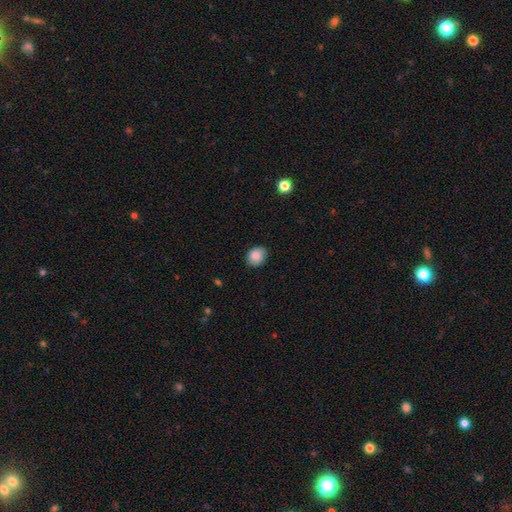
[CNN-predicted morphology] Overall: smooth (86%). How rounded: round (54%; in between 45%). Merging: none (84%).